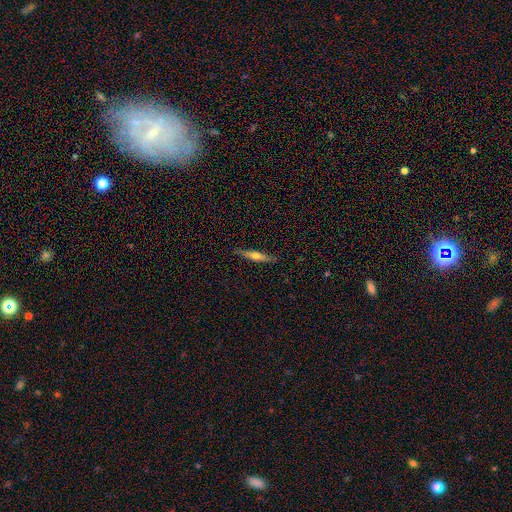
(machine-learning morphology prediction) featured or disk 50%, smooth 44%, star or artifact 6%. Down the decision tree: merging — none (87%).